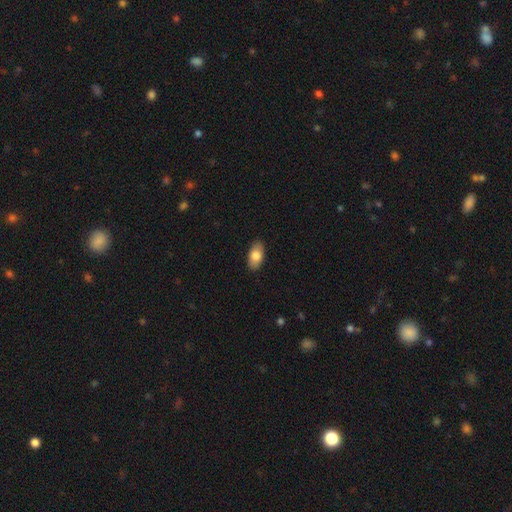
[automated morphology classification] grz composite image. It shows a smooth galaxy with no disk features (81%) that is in between round and cigar-shaped (93%). Merging: none (88%).